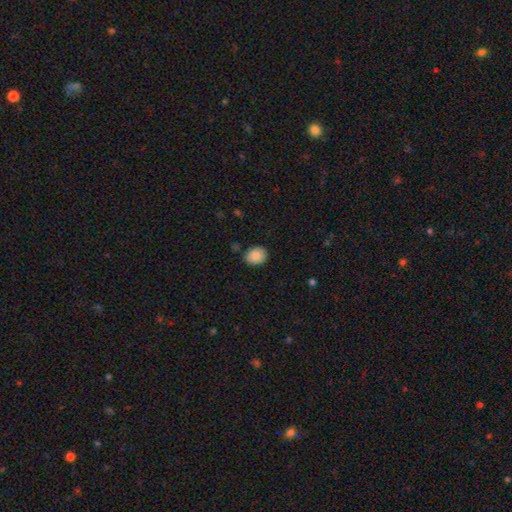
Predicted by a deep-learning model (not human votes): This appears to be a smooth galaxy with no disk features (88%) that is round (53%). Merging: none (86%).